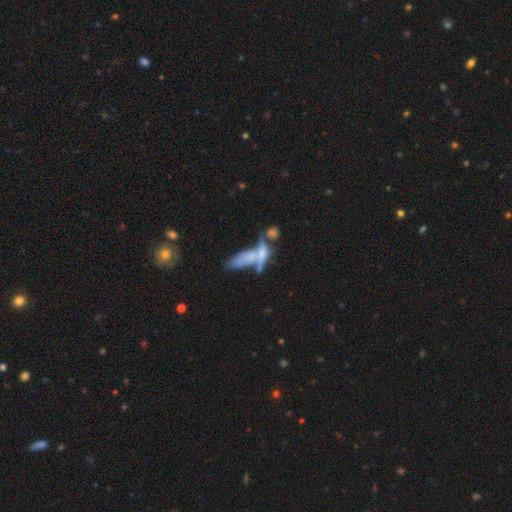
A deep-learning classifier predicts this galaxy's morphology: The model was most divided on "smooth or featured": smooth: 45%, featured or disk: 41%, star or artifact: 14%. More confident: merging — merger (53%).